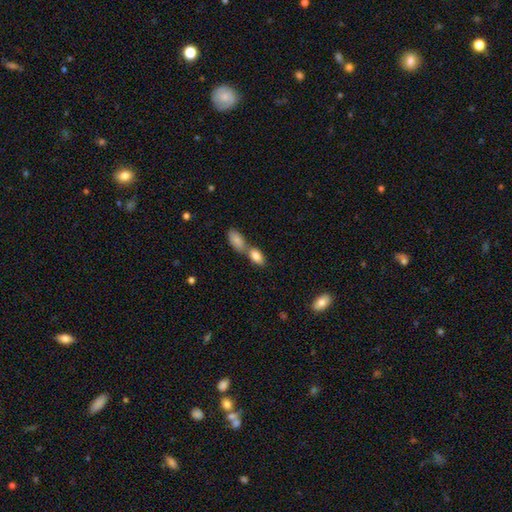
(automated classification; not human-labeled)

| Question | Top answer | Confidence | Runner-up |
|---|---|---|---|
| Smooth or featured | smooth | 85% | featured or disk (8%) |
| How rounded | in between | 90% | cigar-shaped (5%) |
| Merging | merger | 57% | none (32%) |